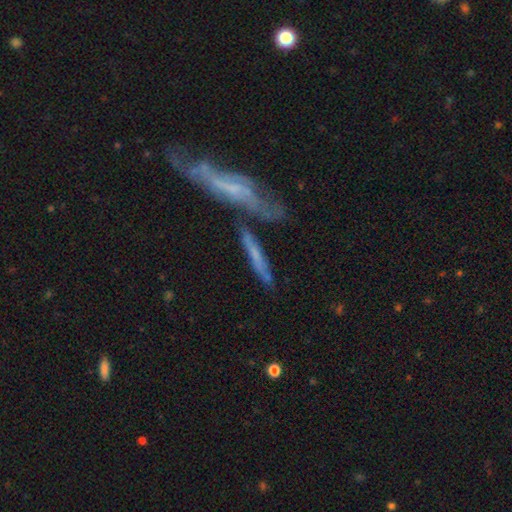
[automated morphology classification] Q: Smooth or featured?
A: featured or disk (54%); runner-up: smooth (37%)
Q: Edge-on disk?
A: yes (65%); runner-up: no (35%)
Q: Merging?
A: none (46%); runner-up: merger (32%)